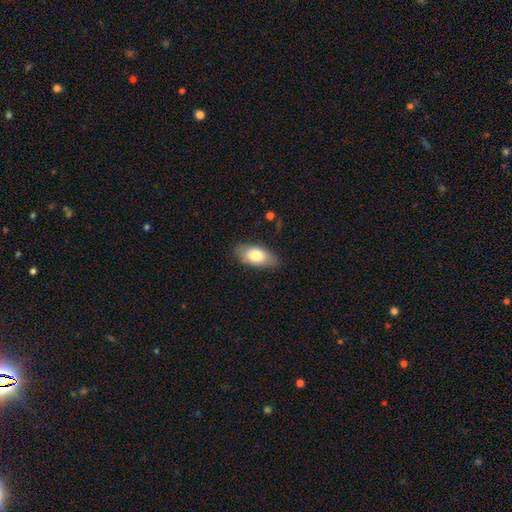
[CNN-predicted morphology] Smooth or featured: smooth — 77% (featured or disk — 16%)
How rounded: in between — 91% (cigar-shaped — 5%)
Merging: none — 83% (minor disturbance — 13%)